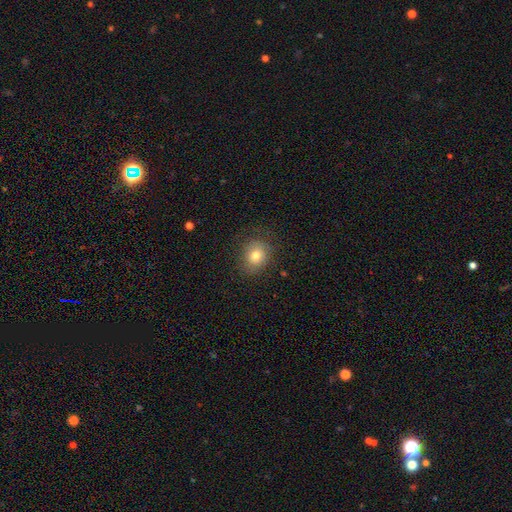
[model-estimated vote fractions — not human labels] Morphology: type=smooth (77%); roundness=round (69%); merging=none (79%).